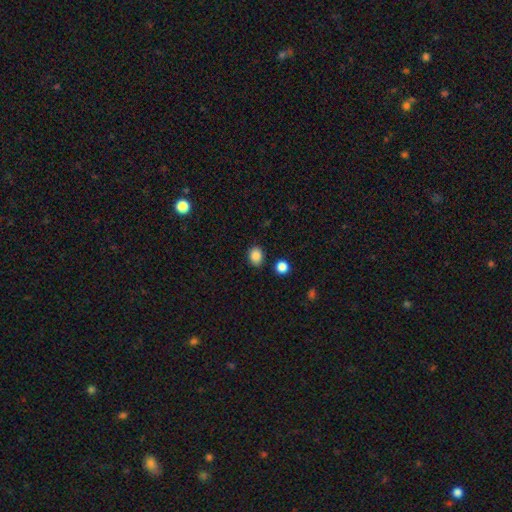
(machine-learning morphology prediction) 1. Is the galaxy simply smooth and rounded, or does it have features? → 86% smooth, 10% star or artifact, 4% featured or disk.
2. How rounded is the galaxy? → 53% in between, 46% round, 1% cigar-shaped.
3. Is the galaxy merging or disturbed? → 85% none, 9% minor disturbance, 3% merger, 3% major disturbance.